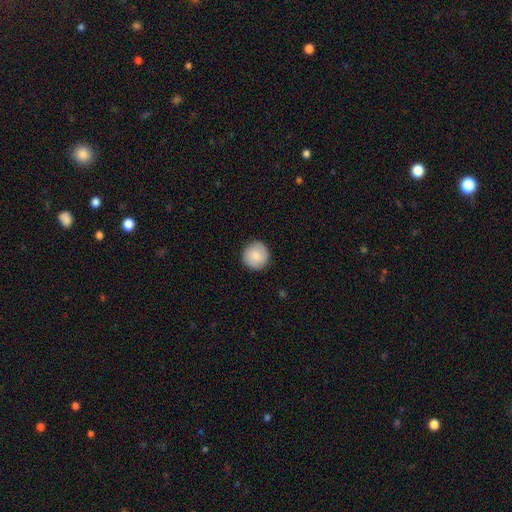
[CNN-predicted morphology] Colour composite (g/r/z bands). It shows a smooth galaxy with no disk features (83%) that is round (95%). Merging: none (89%).